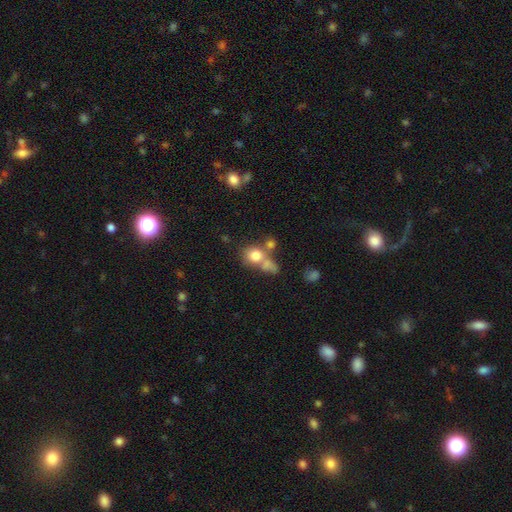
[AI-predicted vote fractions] A smooth galaxy with no disk features (76%) that is round (70%). Merging: merger (42%).